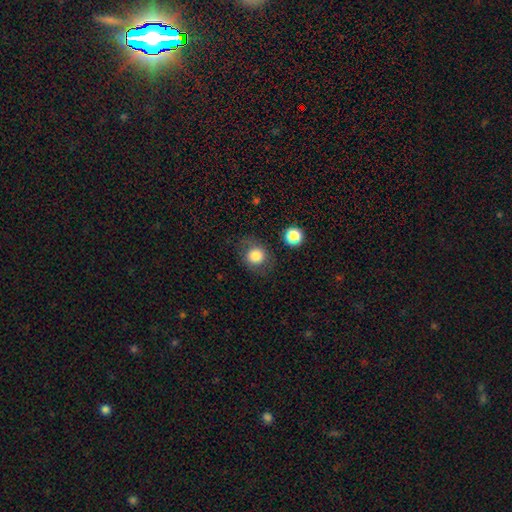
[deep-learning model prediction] The model was most divided on "merging": none: 73%, minor disturbance: 16%, major disturbance: 8%, merger: 3%. More confident: how rounded — round (80%); smooth or featured — smooth (80%).